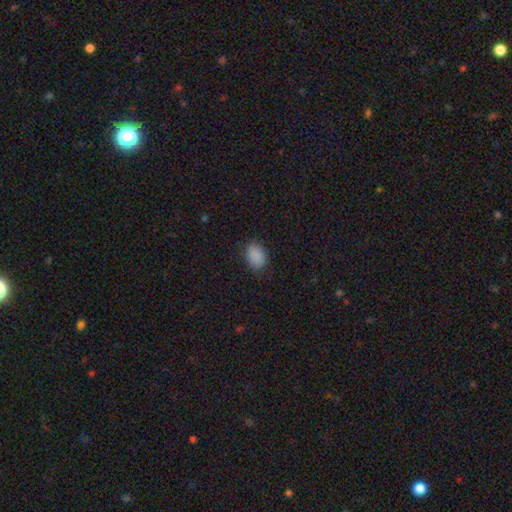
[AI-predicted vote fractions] A smooth galaxy with no disk features (88%) that is in between round and cigar-shaped (80%).

Vote fractions:
- Smooth or featured? smooth: 88% / star or artifact: 9% / featured or disk: 3%
- How rounded? in between: 80% / round: 19% / cigar-shaped: 1%
- Merging? none: 82% / minor disturbance: 13% / major disturbance: 3% / merger: 1%